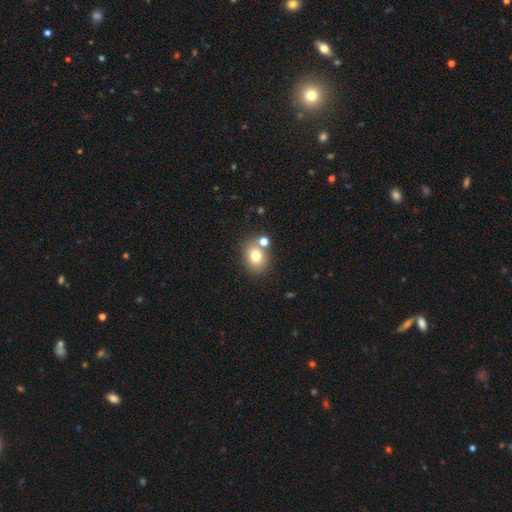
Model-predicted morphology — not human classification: A smooth galaxy with no disk features (77%) that is round (54%).

Vote fractions:
- Smooth or featured? smooth: 77% / star or artifact: 12% / featured or disk: 11%
- How rounded? round: 54% / in between: 45% / cigar-shaped: 1%
- Merging? none: 67% / merger: 19% / minor disturbance: 11% / major disturbance: 3%